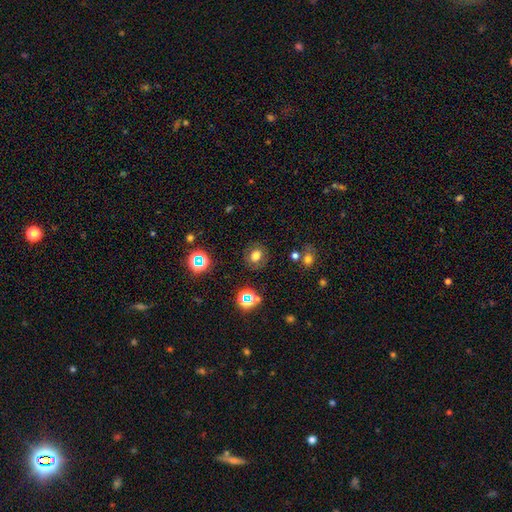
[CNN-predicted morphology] Smooth or featured?
  - smooth: 69% *
  - star or artifact: 18%
  - featured or disk: 12%
How rounded?
  - round: 73% *
  - in between: 26%
  - cigar-shaped: 1%
Merging?
  - none: 84% *
  - minor disturbance: 10%
  - major disturbance: 4%
  - merger: 2%